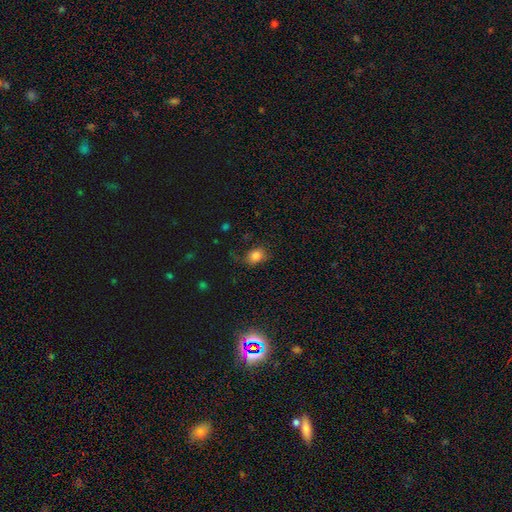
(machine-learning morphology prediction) Smooth or featured? smooth (82%)
How rounded? in between (53%)
Merging? none (71%)